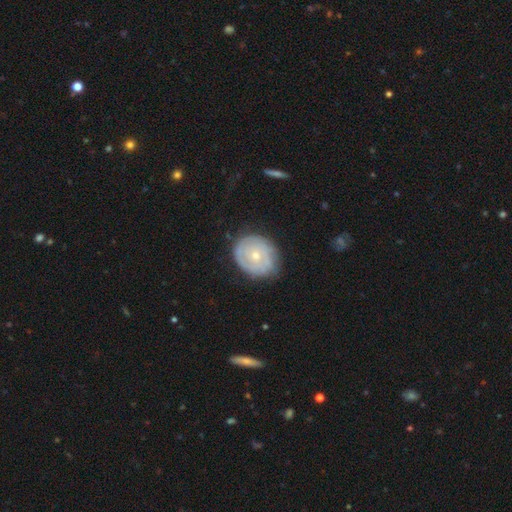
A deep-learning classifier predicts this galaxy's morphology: Overall: featured or disk (59%; smooth 34%). Edge-on disk: no (97%). Bar: no (83%). Spiral arms: yes (71%). Bulge size: small (63%; moderate 34%). Merging: none (73%).